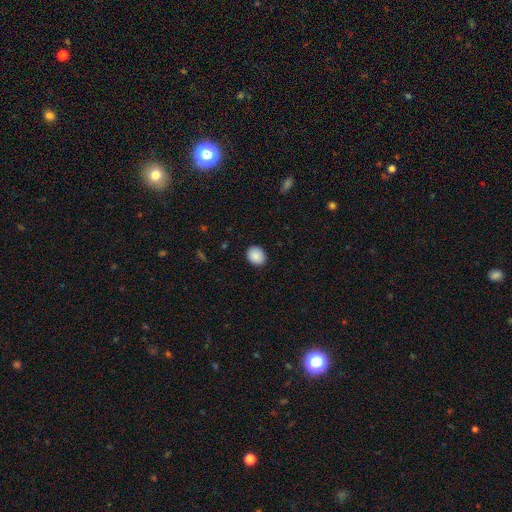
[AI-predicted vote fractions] Smooth or featured?
  - smooth: 89% *
  - star or artifact: 8%
  - featured or disk: 3%
How rounded?
  - round: 54% *
  - in between: 45%
  - cigar-shaped: 1%
Merging?
  - none: 90% *
  - minor disturbance: 7%
  - major disturbance: 2%
  - merger: 1%